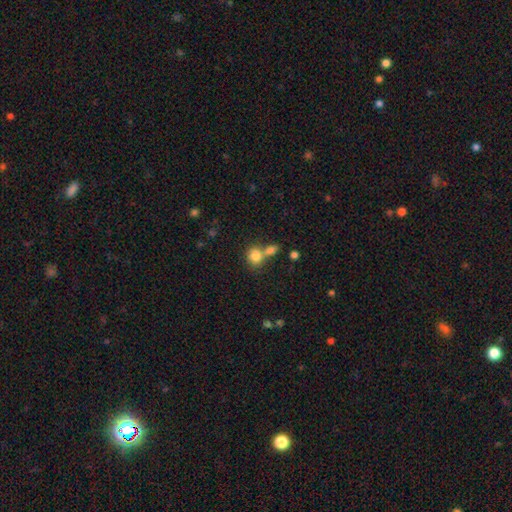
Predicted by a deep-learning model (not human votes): Morphology: type=smooth (81%); roundness=round (75%); merging=none (47%).